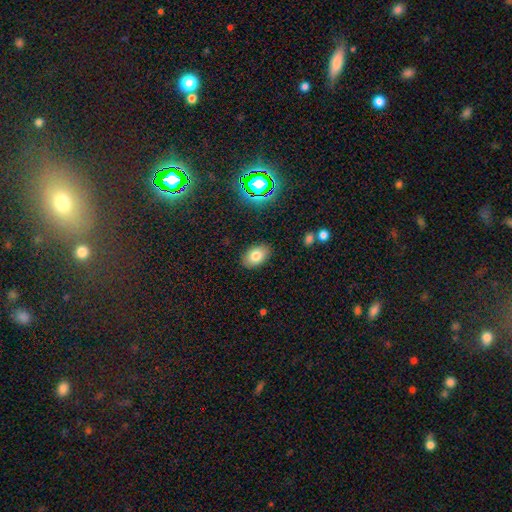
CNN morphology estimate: Smooth or featured? Predicted: smooth (p=0.78). How rounded? Predicted: in between (p=0.87). Merging? Predicted: none (p=0.87).